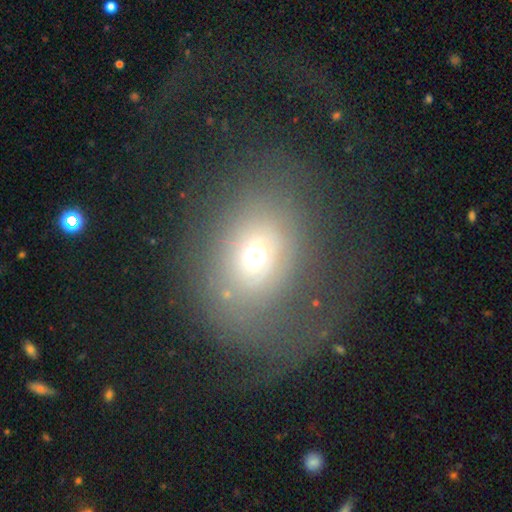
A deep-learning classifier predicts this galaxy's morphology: smooth 53%, featured or disk 32%, star or artifact 14%. Down the decision tree: how rounded — in between (50%); merging — none (41%).